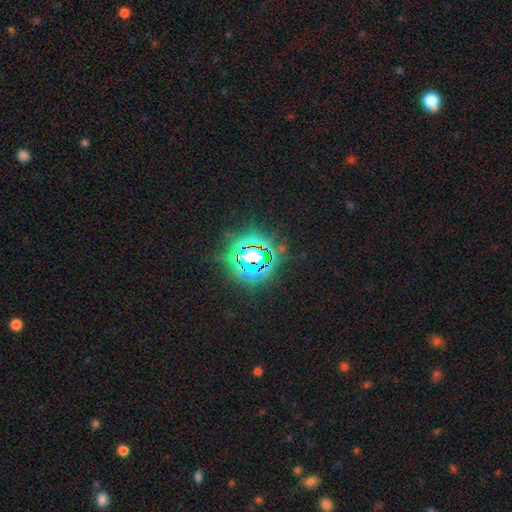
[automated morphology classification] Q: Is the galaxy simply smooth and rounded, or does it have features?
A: star or artifact — 79%.